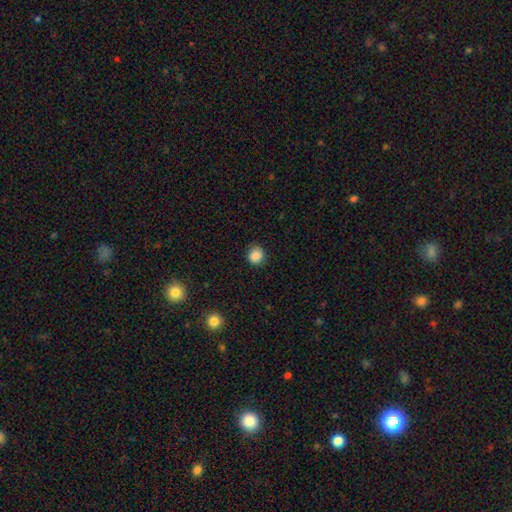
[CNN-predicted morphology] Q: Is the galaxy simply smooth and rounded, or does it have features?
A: smooth — 86%.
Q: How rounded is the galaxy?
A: round — 85%.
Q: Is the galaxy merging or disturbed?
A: none — 85%.